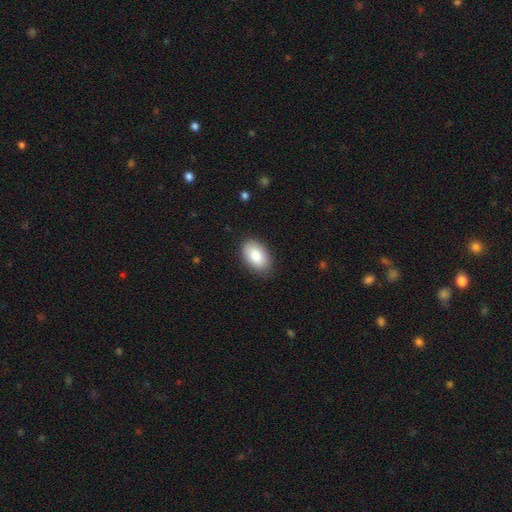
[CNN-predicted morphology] Q: Smooth or featured?
A: smooth (84%); runner-up: featured or disk (9%)
Q: How rounded?
A: in between (92%); runner-up: round (7%)
Q: Merging?
A: none (86%); runner-up: minor disturbance (11%)